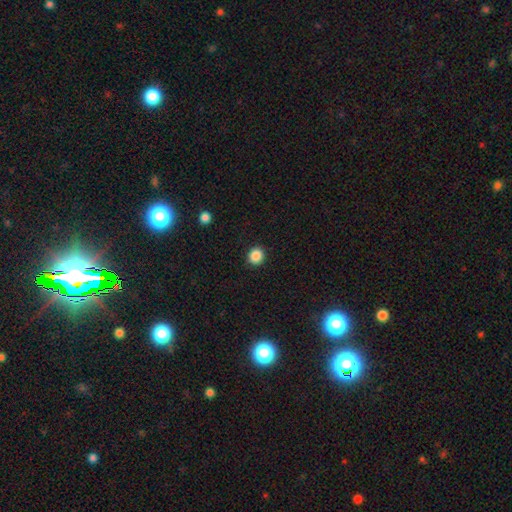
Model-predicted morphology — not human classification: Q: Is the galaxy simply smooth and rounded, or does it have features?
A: smooth — 87%.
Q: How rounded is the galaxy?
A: round — 83%.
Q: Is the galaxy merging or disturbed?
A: none — 91%.